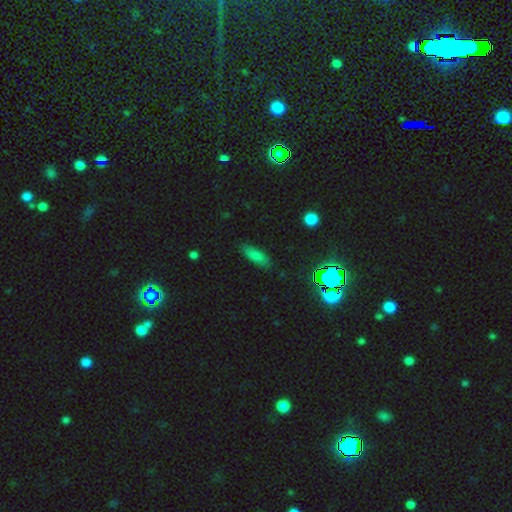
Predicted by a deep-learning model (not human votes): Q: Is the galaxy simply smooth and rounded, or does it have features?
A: smooth — 72%.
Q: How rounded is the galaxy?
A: in between — 62%.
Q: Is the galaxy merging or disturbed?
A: none — 83%.